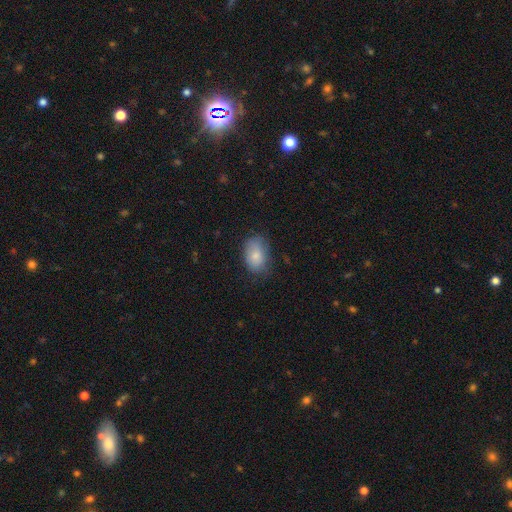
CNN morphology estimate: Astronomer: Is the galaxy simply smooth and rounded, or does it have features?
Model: smooth — 82%.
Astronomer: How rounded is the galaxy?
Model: in between — 85%.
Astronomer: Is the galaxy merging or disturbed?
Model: none — 68%.